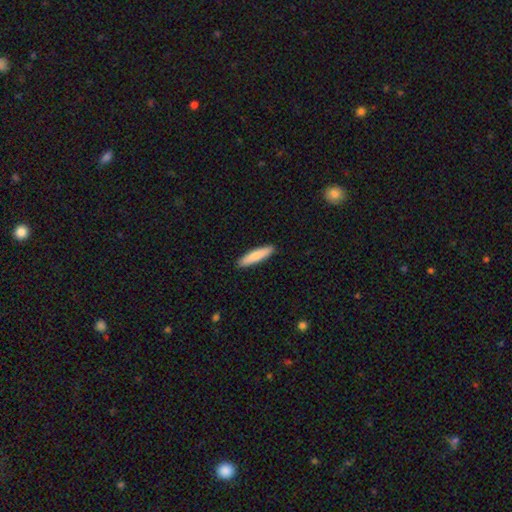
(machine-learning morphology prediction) Smooth or featured: smooth — 80% (featured or disk — 15%)
How rounded: cigar-shaped — 82% (in between — 17%)
Merging: none — 91% (minor disturbance — 7%)